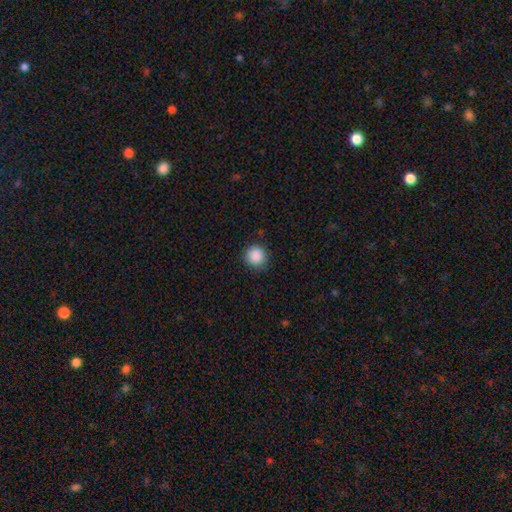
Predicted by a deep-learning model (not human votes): Smooth or featured?
  - smooth: 88% *
  - star or artifact: 9%
  - featured or disk: 2%
How rounded?
  - round: 94% *
  - in between: 5%
  - cigar-shaped: 1%
Merging?
  - none: 90% *
  - minor disturbance: 7%
  - major disturbance: 2%
  - merger: 1%